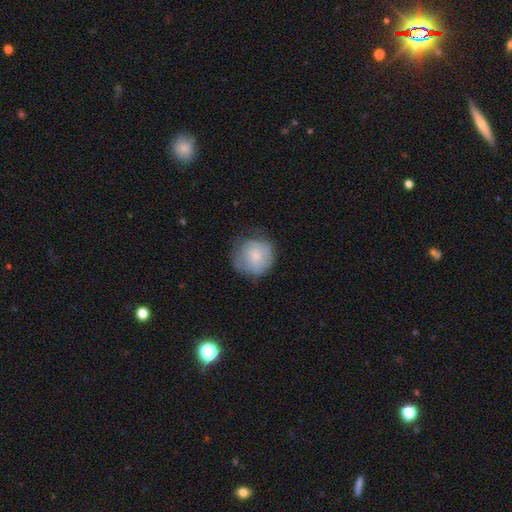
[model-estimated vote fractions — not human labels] Smooth or featured? smooth (72%)
How rounded? round (89%)
Merging? none (62%)